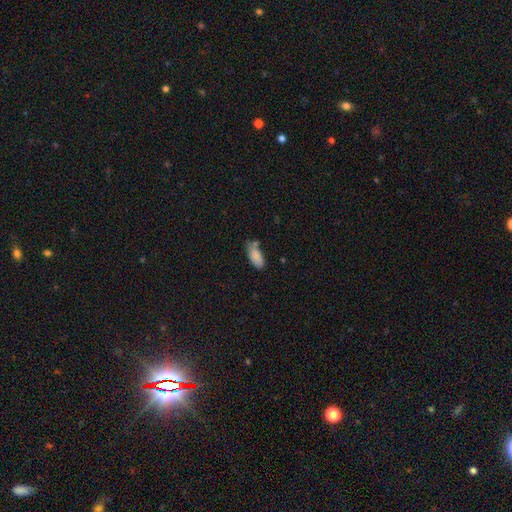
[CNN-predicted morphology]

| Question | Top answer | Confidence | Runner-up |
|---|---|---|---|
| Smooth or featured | smooth | 85% | star or artifact (8%) |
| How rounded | in between | 87% | cigar-shaped (11%) |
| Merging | none | 52% | minor disturbance (26%) |